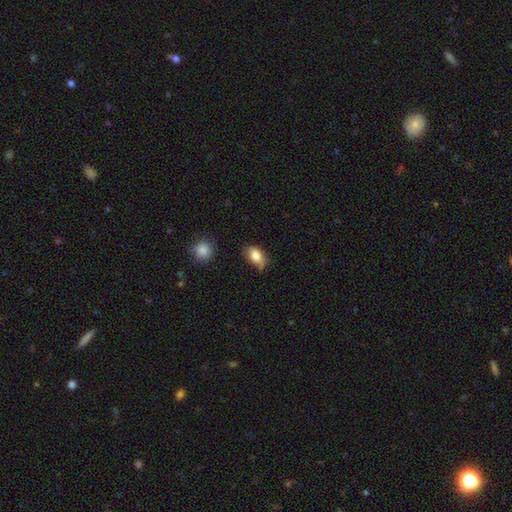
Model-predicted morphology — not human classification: Overall: smooth (81%). How rounded: in between (85%). Merging: none (44%; minor disturbance 39%).